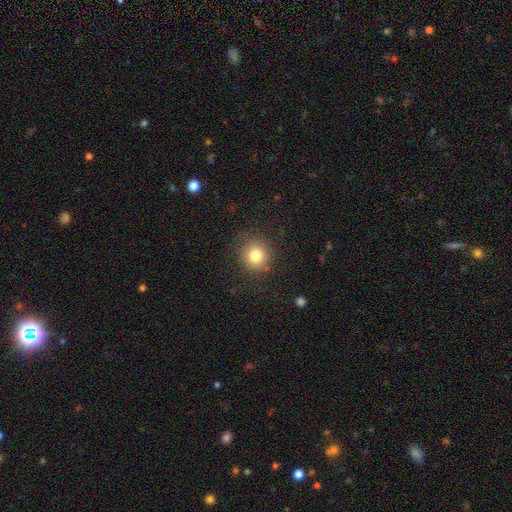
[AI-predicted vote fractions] A smooth galaxy with no disk features (81%) that is round (90%). Merging: none (83%).